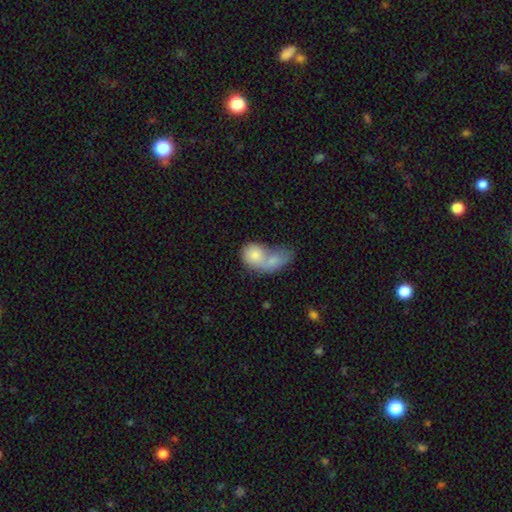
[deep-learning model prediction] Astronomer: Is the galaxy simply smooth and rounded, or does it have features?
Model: smooth — 75%.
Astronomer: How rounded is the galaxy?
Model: in between — 57% (runner-up: round, 40%).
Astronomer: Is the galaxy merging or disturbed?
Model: merger — 75%.